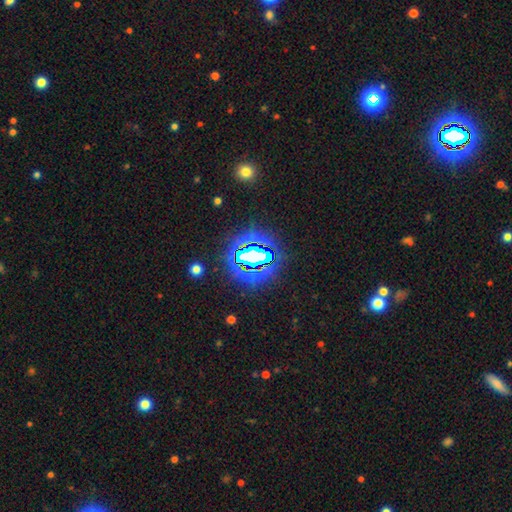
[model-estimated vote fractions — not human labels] Smooth or featured: star or artifact — 74% (featured or disk — 13%)